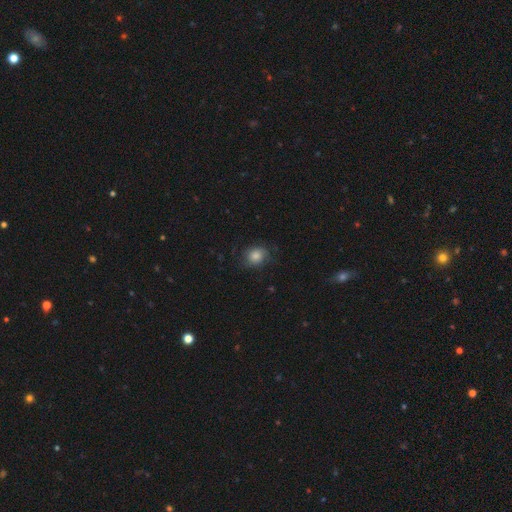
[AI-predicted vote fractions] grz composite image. It shows a smooth galaxy with no disk features (77%) that is round (67%). Merging: none (72%).